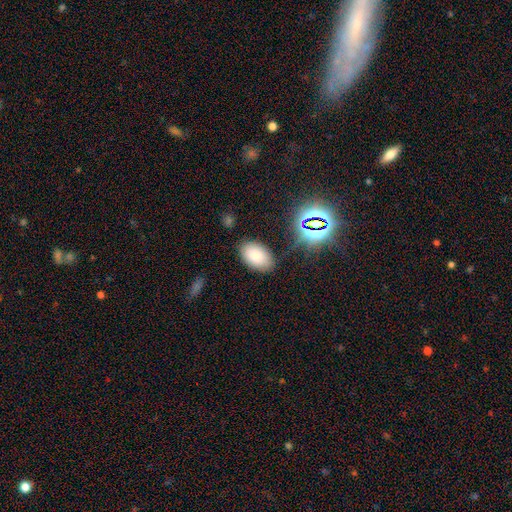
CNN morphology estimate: smooth_or_featured: smooth (p=0.80) [alt: star or artifact p=0.12]
how_rounded: in between (p=0.91) [alt: round p=0.08]
merging: none (p=0.82) [alt: minor disturbance p=0.13]